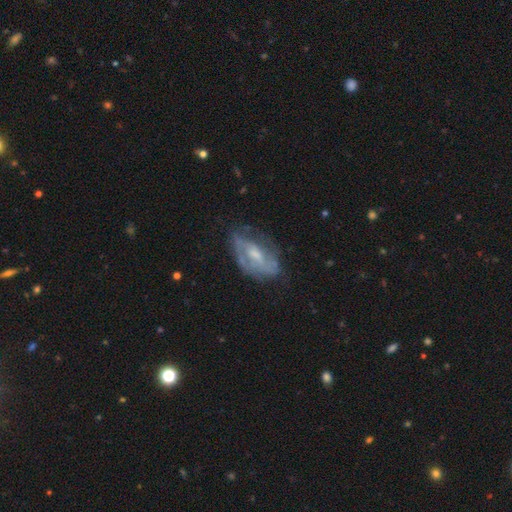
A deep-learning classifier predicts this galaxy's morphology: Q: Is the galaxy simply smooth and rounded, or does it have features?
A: featured or disk — 66%.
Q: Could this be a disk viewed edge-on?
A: no — 93%.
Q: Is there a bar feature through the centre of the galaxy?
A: no — 47%.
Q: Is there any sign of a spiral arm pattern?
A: yes — 61%.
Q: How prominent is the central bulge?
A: moderate — 43%.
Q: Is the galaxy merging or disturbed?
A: none — 54%.